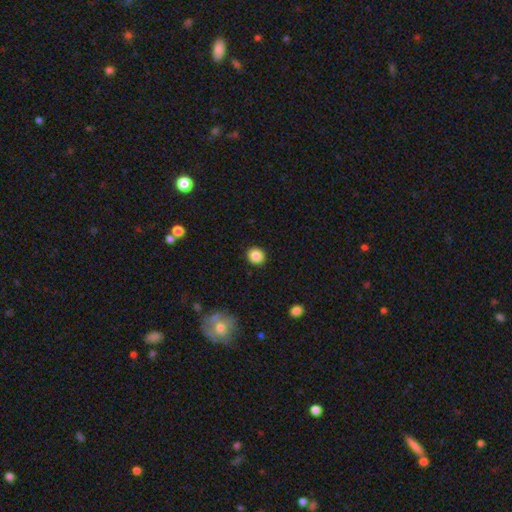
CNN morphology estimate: Smooth or featured? Predicted: smooth (p=0.87). How rounded? Predicted: round (p=0.86). Merging? Predicted: none (p=0.92).